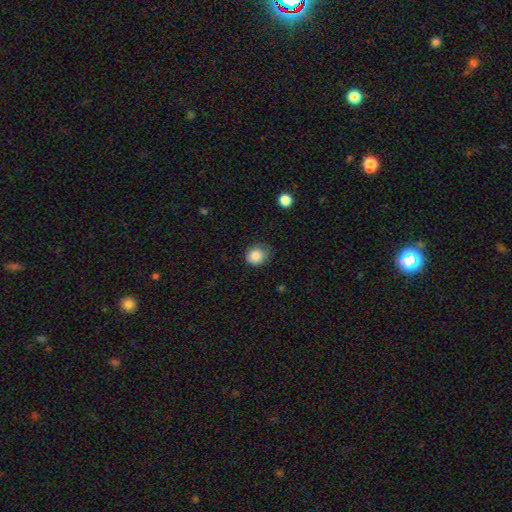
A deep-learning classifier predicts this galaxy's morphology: This appears to be a smooth galaxy with no disk features (85%) that is round (74%). Merging: none (64%).